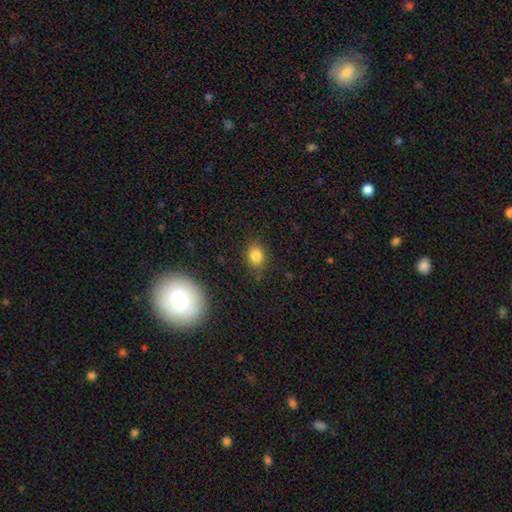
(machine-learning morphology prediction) This is clearly a smooth galaxy (81%). How rounded: possibly in between (53%). Merging: clearly none (83%).